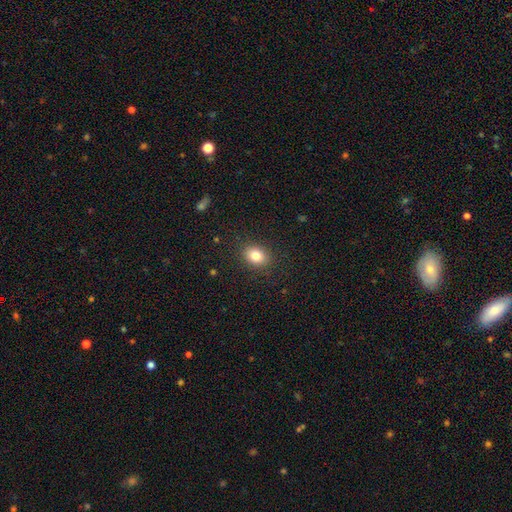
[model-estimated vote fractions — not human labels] The model was most divided on "how rounded": in between: 62%, round: 37%, cigar-shaped: 1%. More confident: merging — none (87%); smooth or featured — smooth (82%).